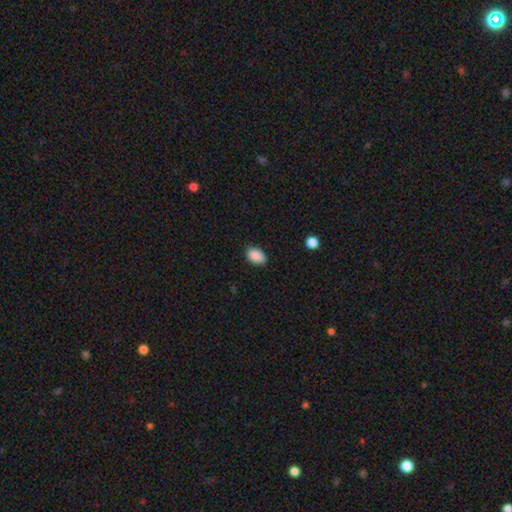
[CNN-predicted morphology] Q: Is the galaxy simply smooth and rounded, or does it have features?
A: smooth — 89%.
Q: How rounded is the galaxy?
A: in between — 87%.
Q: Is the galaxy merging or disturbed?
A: none — 81%.